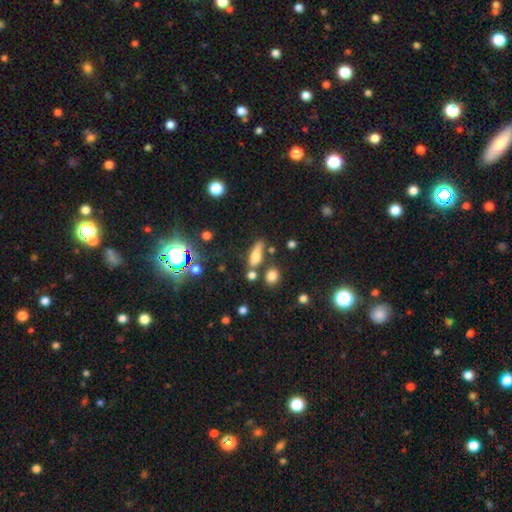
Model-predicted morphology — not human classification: smooth-or-featured: smooth: 68% | featured or disk: 18% | star or artifact: 14%
  how-rounded: in between: 57% | cigar-shaped: 35% | round: 7%
  merging: none: 60% | minor disturbance: 17% | merger: 16% | major disturbance: 7%